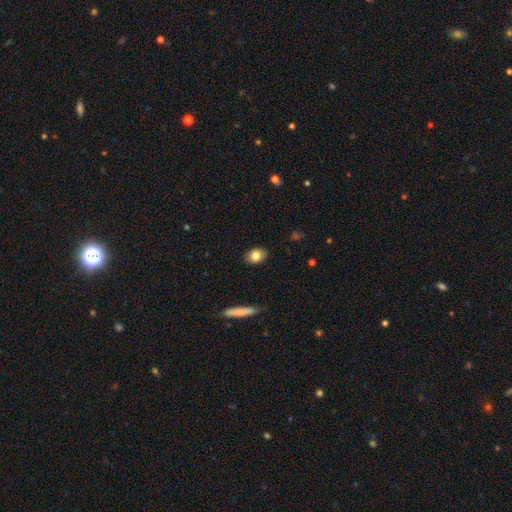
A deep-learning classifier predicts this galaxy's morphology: A smooth galaxy with no disk features (82%) that is in between round and cigar-shaped (64%). Merging: none (88%).